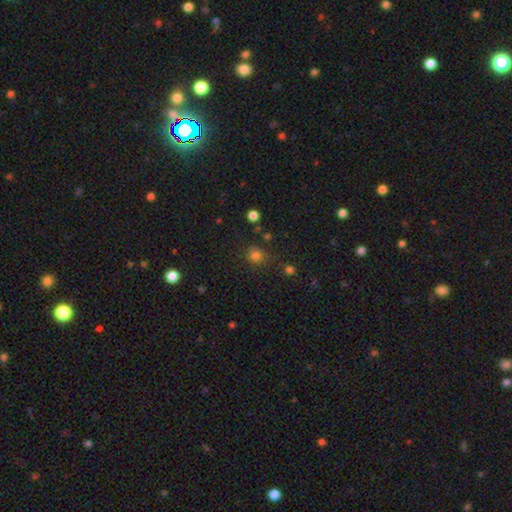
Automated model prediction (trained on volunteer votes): Smooth or featured?
  - smooth: 76% *
  - star or artifact: 18%
  - featured or disk: 5%
How rounded?
  - round: 81% *
  - in between: 18%
  - cigar-shaped: 1%
Merging?
  - none: 71% *
  - minor disturbance: 16%
  - major disturbance: 7%
  - merger: 6%